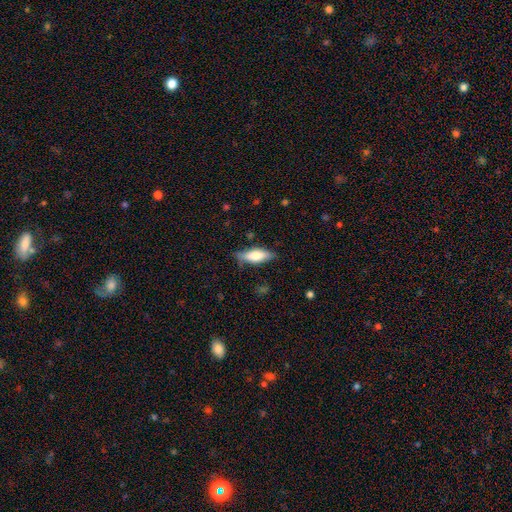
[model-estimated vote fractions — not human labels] smooth_or_featured: smooth (p=0.65) [alt: featured or disk p=0.28]
how_rounded: in between (p=0.62) [alt: cigar-shaped p=0.36]
merging: none (p=0.77) [alt: minor disturbance p=0.18]